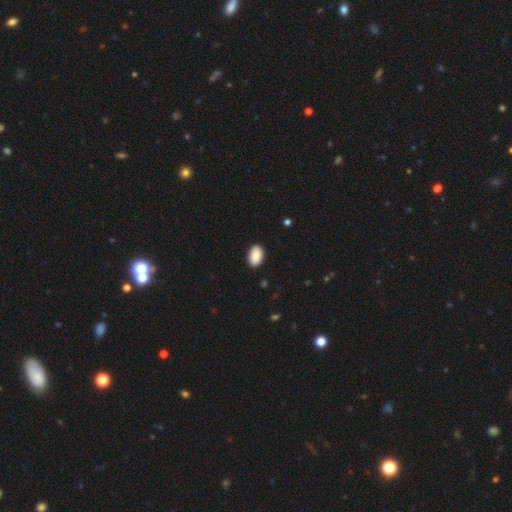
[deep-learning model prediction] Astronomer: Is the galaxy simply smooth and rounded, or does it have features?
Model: smooth — 90%.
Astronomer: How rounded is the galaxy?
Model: in between — 93%.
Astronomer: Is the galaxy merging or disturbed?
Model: none — 89%.